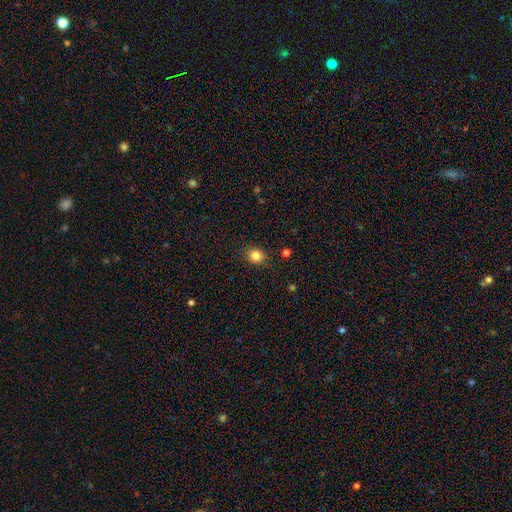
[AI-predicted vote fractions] Smooth or featured? Predicted: smooth (p=0.84). How rounded? Predicted: round (p=0.77). Merging? Predicted: none (p=0.87).